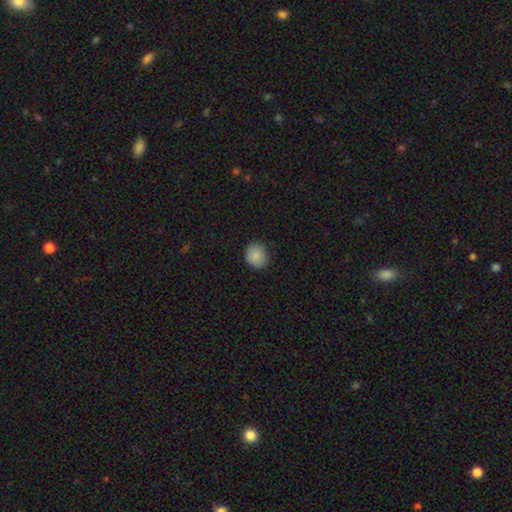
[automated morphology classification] The model was most divided on "how rounded": round: 69%, in between: 30%, cigar-shaped: 1%. More confident: smooth or featured — smooth (86%); merging — none (85%).